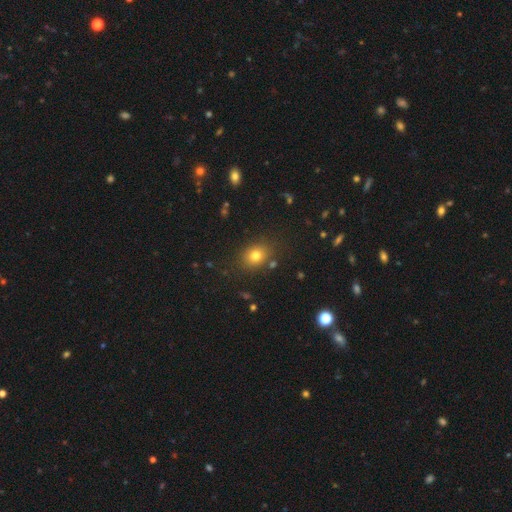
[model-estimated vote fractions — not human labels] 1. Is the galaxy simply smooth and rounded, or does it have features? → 77% smooth, 14% star or artifact, 9% featured or disk.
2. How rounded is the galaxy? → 53% round, 46% in between, 1% cigar-shaped.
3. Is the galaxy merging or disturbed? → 83% none, 11% minor disturbance, 4% major disturbance, 3% merger.